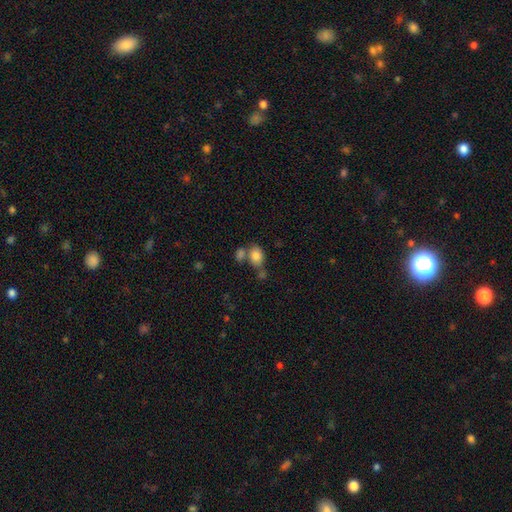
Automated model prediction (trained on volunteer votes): A smooth galaxy with no disk features (81%) that is in between round and cigar-shaped (67%). Merging: none (44%).